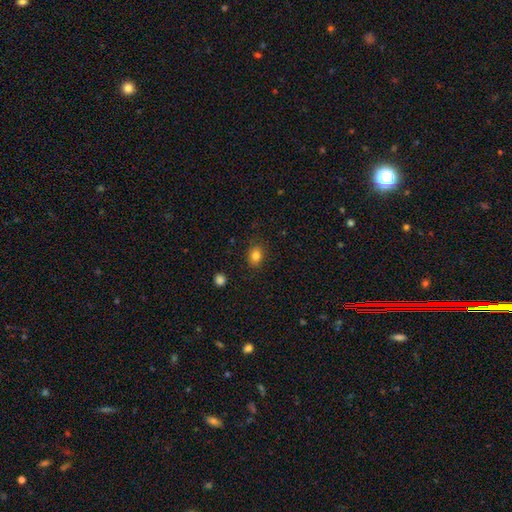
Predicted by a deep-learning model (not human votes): A smooth galaxy with no disk features (83%) that is in between round and cigar-shaped (54%).

Vote fractions:
- Smooth or featured? smooth: 83% / star or artifact: 11% / featured or disk: 6%
- How rounded? in between: 54% / round: 45% / cigar-shaped: 1%
- Merging? none: 85% / minor disturbance: 11% / major disturbance: 3% / merger: 1%